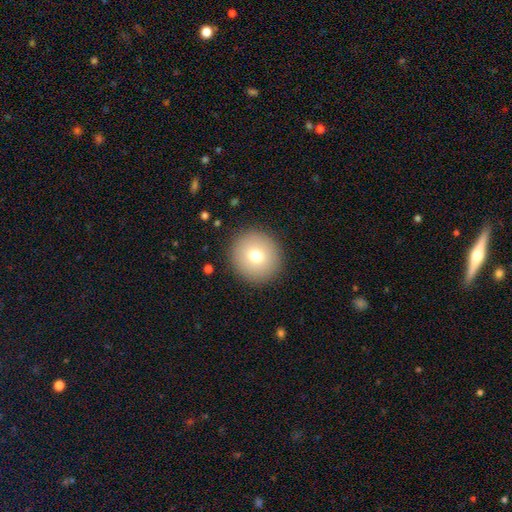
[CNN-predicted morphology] Smooth or featured?
  - smooth: 73% *
  - featured or disk: 16%
  - star or artifact: 11%
How rounded?
  - round: 94% *
  - in between: 5%
  - cigar-shaped: 1%
Merging?
  - none: 91% *
  - minor disturbance: 6%
  - major disturbance: 3%
  - merger: 1%